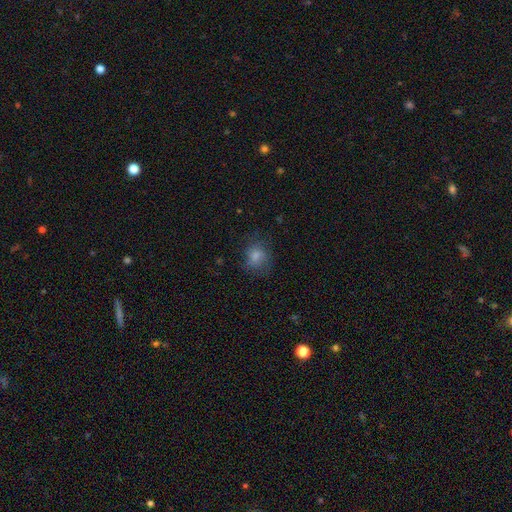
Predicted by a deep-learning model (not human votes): Smooth or featured? Predicted: smooth (p=0.62). How rounded? Predicted: round (p=0.70). Merging? Predicted: none (p=0.71).